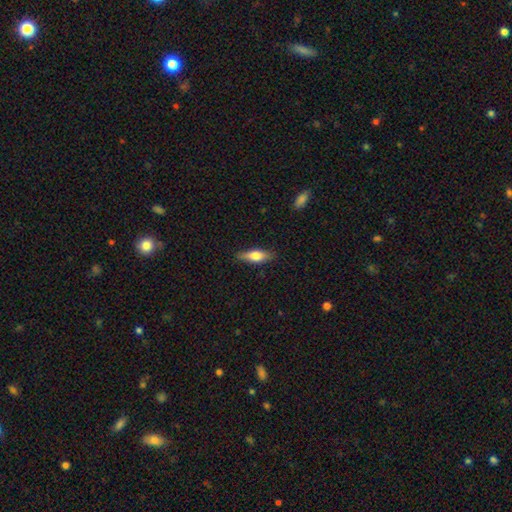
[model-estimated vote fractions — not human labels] smooth 65%, featured or disk 29%, star or artifact 6%. Down the decision tree: how rounded — in between (55%); merging — none (85%).